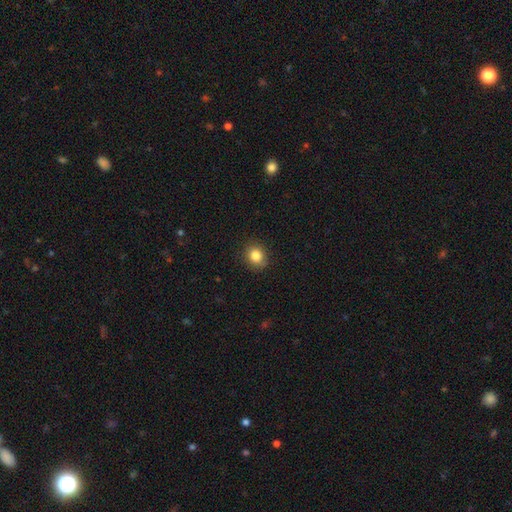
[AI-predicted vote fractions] This is clearly a smooth galaxy (84%). How rounded: likely round (69%). Merging: clearly none (85%).